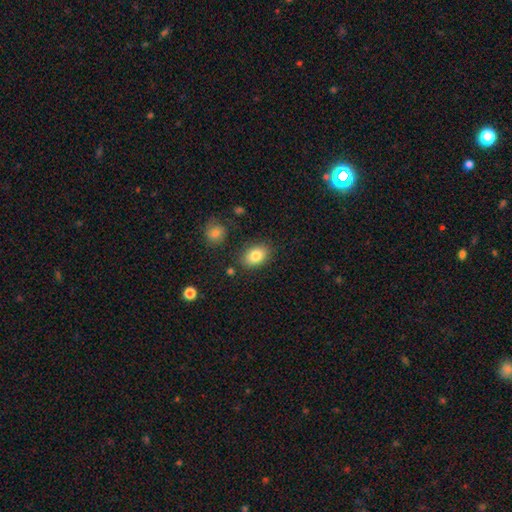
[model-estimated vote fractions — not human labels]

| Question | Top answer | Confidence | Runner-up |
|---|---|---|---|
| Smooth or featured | smooth | 83% | featured or disk (9%) |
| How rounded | in between | 83% | round (16%) |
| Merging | none | 83% | minor disturbance (11%) |